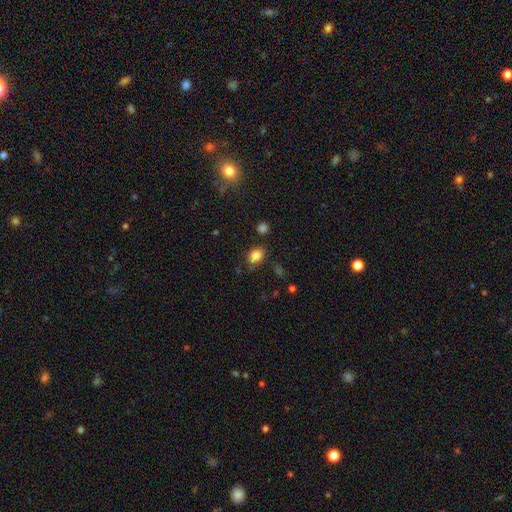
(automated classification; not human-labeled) smooth_or_featured: smooth (p=0.82) [alt: star or artifact p=0.12]
how_rounded: in between (p=0.59) [alt: round p=0.39]
merging: none (p=0.73) [alt: minor disturbance p=0.17]